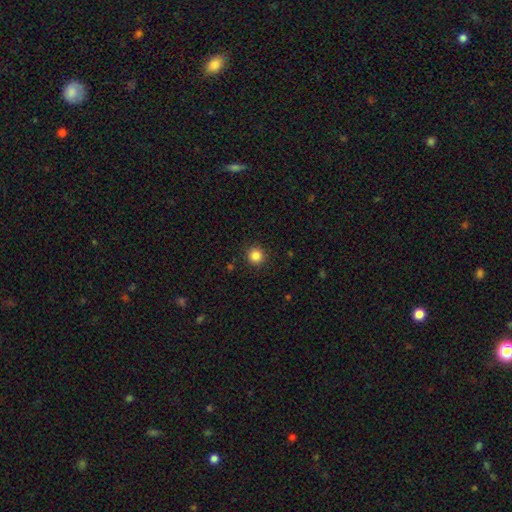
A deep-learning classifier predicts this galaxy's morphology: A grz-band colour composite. It shows a smooth galaxy with no disk features (85%) that is round (95%). Merging: none (91%).